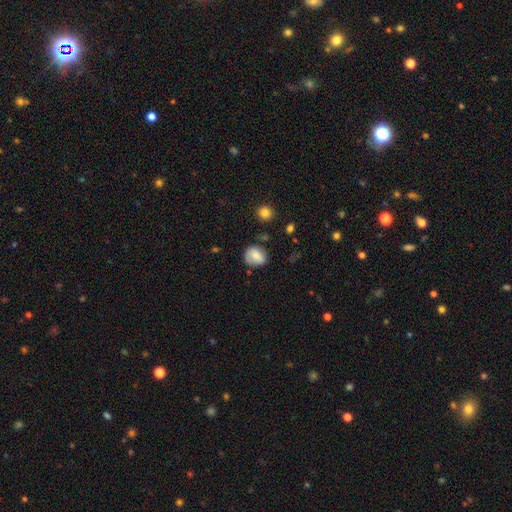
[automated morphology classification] Smooth or featured?
  - smooth: 75% *
  - featured or disk: 17%
  - star or artifact: 9%
How rounded?
  - round: 64% *
  - in between: 34%
  - cigar-shaped: 1%
Merging?
  - none: 65% *
  - minor disturbance: 25%
  - major disturbance: 6%
  - merger: 4%